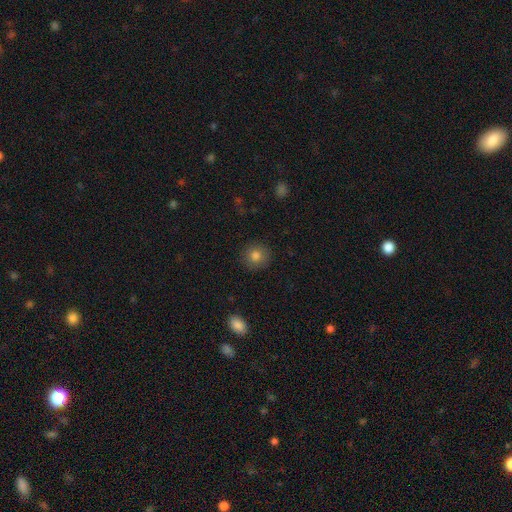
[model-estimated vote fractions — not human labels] Smooth or featured? Predicted: smooth (p=0.82). How rounded? Predicted: round (p=0.91). Merging? Predicted: none (p=0.90).